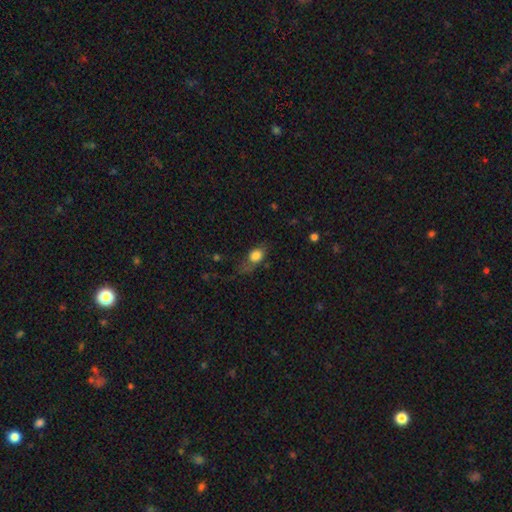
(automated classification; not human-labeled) Smooth or featured? Predicted: smooth (p=0.78). How rounded? Predicted: in between (p=0.64). Merging? Predicted: none (p=0.43).